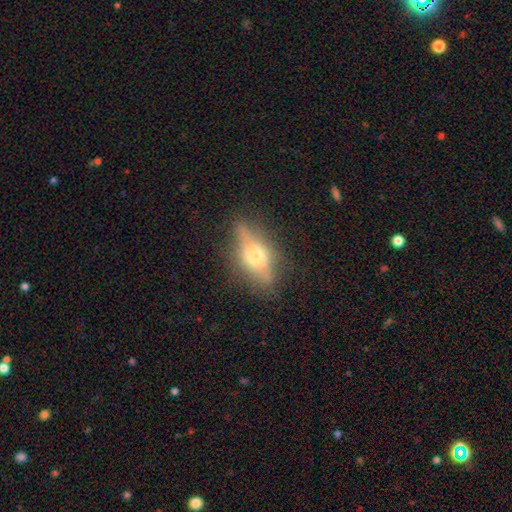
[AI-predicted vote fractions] The model was most divided on "smooth or featured": featured or disk: 62%, smooth: 29%, star or artifact: 9%. More confident: edge-on bulge — rounded (90%); edge-on disk — yes (83%); merging — none (73%).